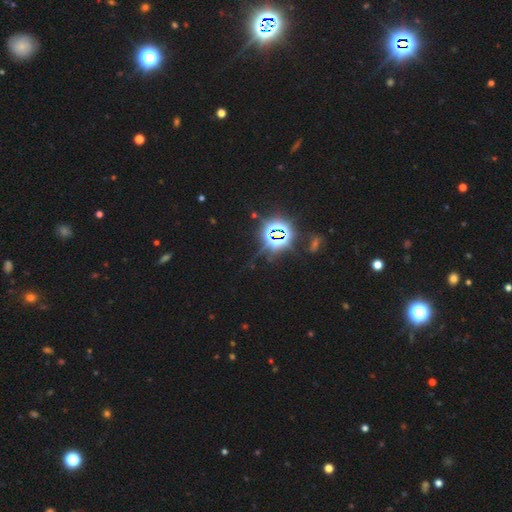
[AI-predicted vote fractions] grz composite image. It shows a star or artifact, not a galaxy (82%).